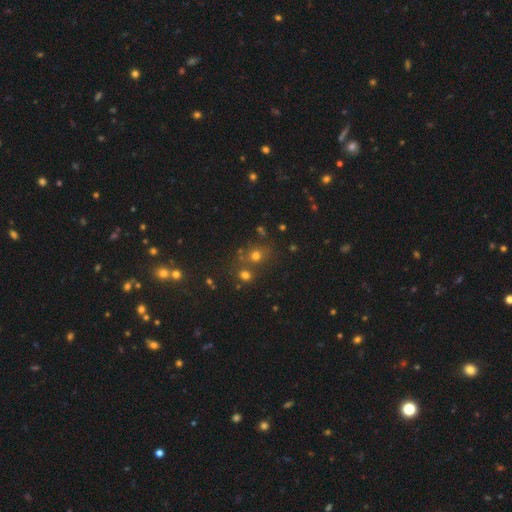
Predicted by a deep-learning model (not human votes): smooth_or_featured: smooth (p=0.65) [alt: star or artifact p=0.25]
how_rounded: round (p=0.77) [alt: in between p=0.22]
merging: none (p=0.64) [alt: merger p=0.22]